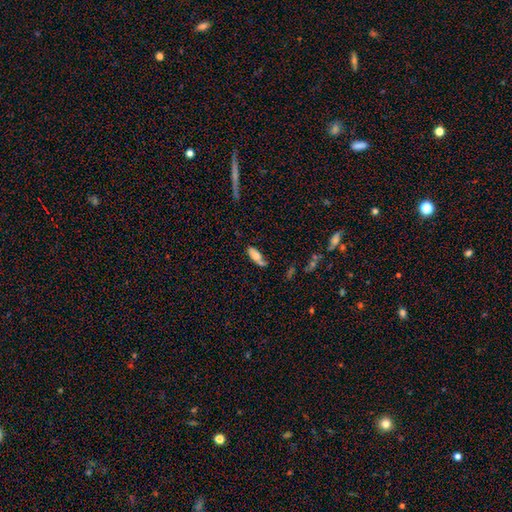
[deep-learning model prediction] A smooth galaxy with no disk features (75%) that is in between round and cigar-shaped (77%).

Vote fractions:
- Smooth or featured? smooth: 75% / featured or disk: 16% / star or artifact: 9%
- How rounded? in between: 77% / cigar-shaped: 21% / round: 3%
- Merging? none: 45% / minor disturbance: 26% / merger: 18% / major disturbance: 12%